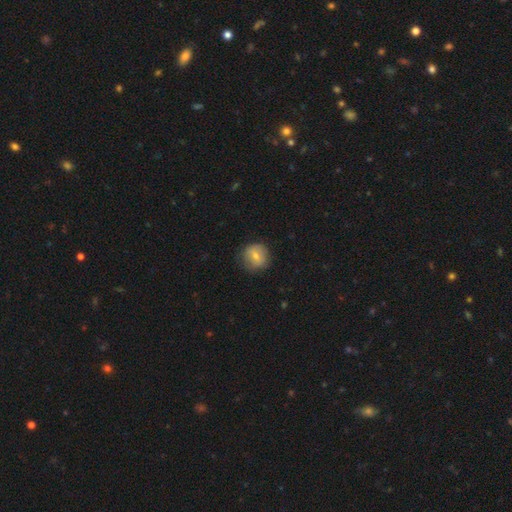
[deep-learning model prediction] Morphology: type=smooth (70%); roundness=round (89%); merging=none (82%).